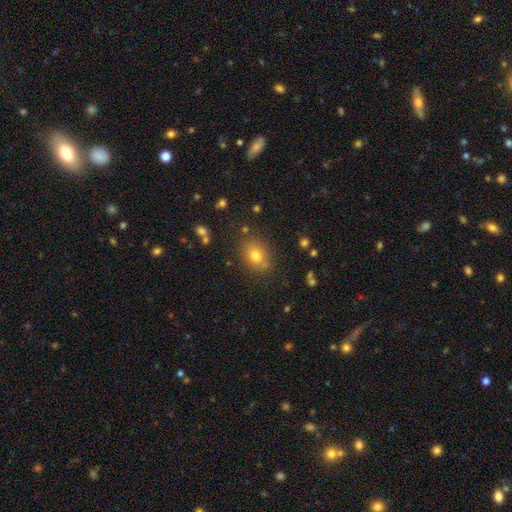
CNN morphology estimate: Smooth or featured? smooth (75%)
How rounded? round (51%)
Merging? none (79%)